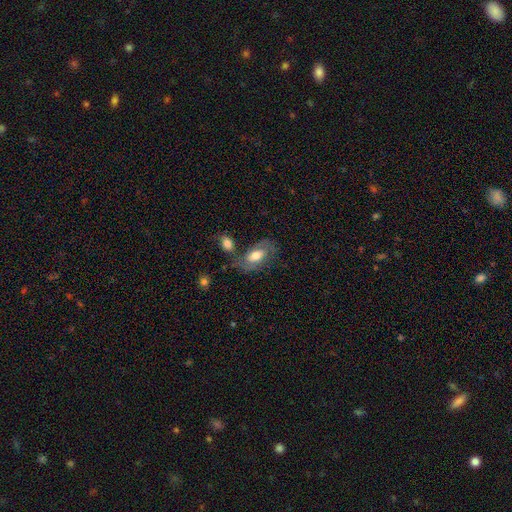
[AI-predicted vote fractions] smooth-or-featured: featured or disk: 50% | smooth: 43% | star or artifact: 8%
  merging: none: 56% | minor disturbance: 19% | merger: 16% | major disturbance: 9%